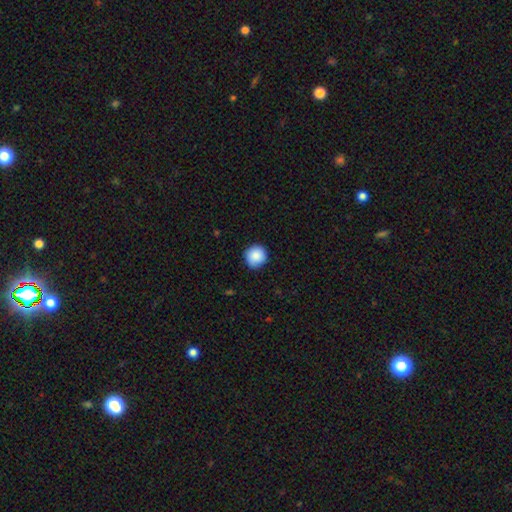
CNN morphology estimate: Overall: smooth (88%). How rounded: round (94%). Merging: none (88%).